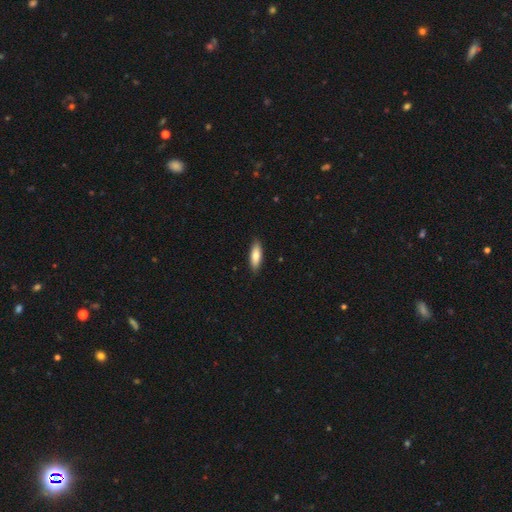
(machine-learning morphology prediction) This is clearly a smooth galaxy (81%). How rounded: possibly in between (56%). Merging: clearly none (88%).